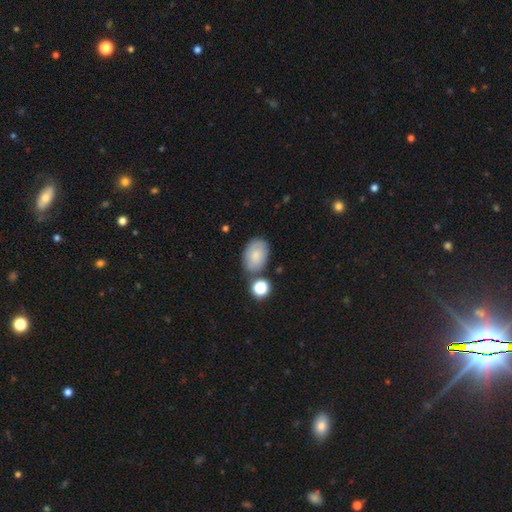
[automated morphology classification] type=smooth (79%); roundness=in between (87%); merging=none (68%).